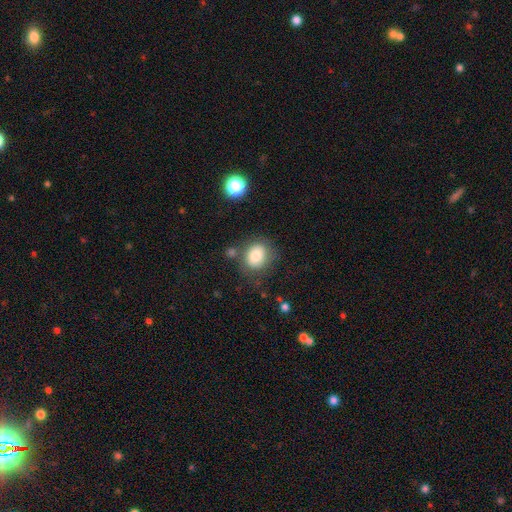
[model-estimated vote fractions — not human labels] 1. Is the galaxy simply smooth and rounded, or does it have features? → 78% smooth, 12% featured or disk, 10% star or artifact.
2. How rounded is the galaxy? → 63% round, 36% in between, 1% cigar-shaped.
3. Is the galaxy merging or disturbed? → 70% none, 16% minor disturbance, 7% merger, 6% major disturbance.